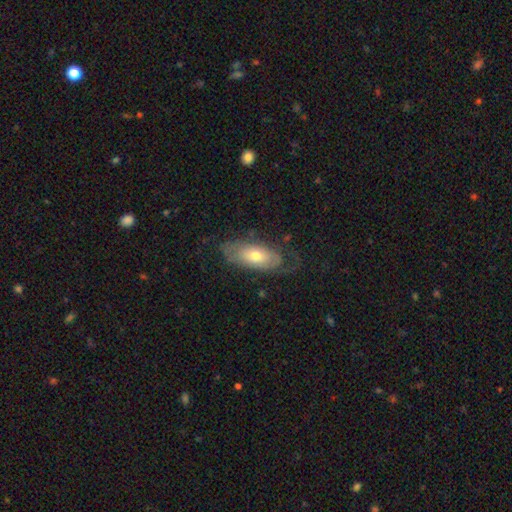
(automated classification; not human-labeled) Morphology: type=featured or disk (49%); merging=none (57%).